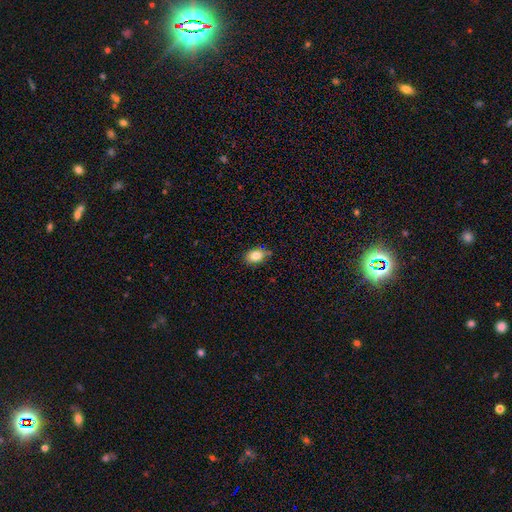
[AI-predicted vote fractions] Smooth or featured: smooth — 82% (star or artifact — 10%)
How rounded: in between — 75% (round — 24%)
Merging: none — 72% (minor disturbance — 22%)